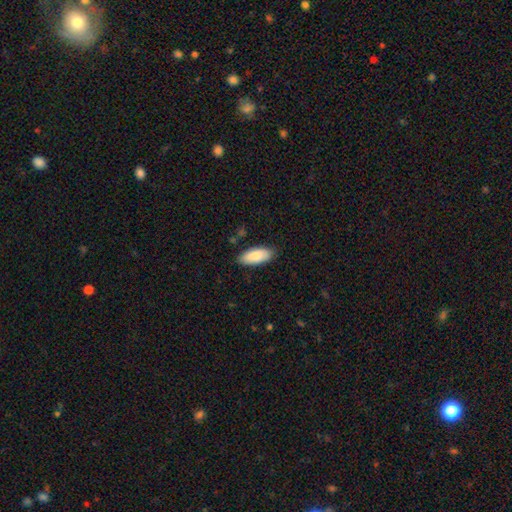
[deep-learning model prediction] The model was most divided on "merging": none: 84%, minor disturbance: 12%, major disturbance: 2%, merger: 1%. More confident: smooth or featured — smooth (87%); how rounded — in between (86%).